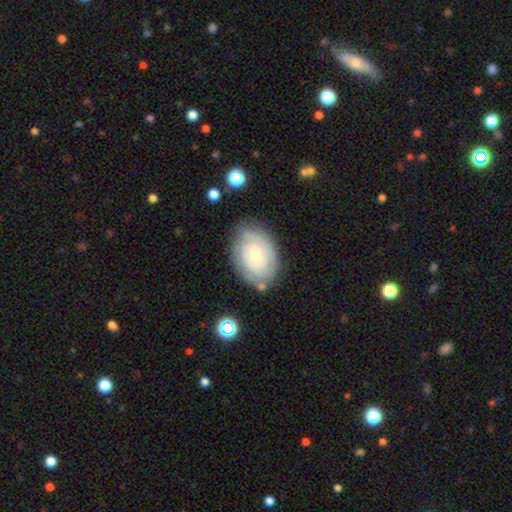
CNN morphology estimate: The model was most divided on "spiral arm count": can't tell: 48%, 2: 29%, 3: 10%, 1: 5%, 4: 4%, more than 4: 3%. More confident: edge-on disk — no (96%); spiral arms — yes (84%); bar — no (81%); spiral winding — tight (75%); merging — none (72%); smooth or featured — featured or disk (66%); bulge size — small (65%).